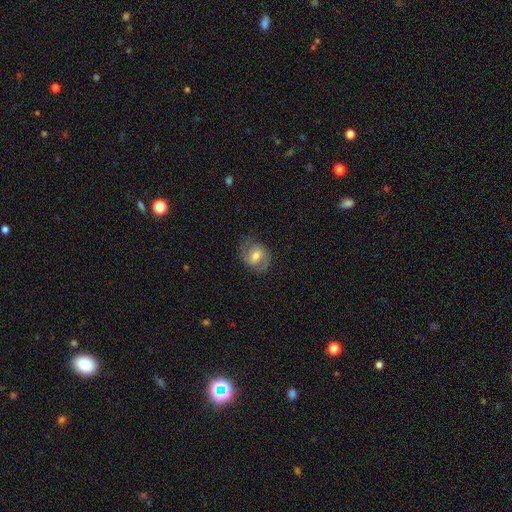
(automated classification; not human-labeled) Smooth or featured? Predicted: featured or disk (p=0.64). Edge-on disk? Predicted: no (p=0.97). Bar? Predicted: weak (p=0.50). Spiral arms? Predicted: yes (p=0.87). Spiral winding? Predicted: medium (p=0.51). Spiral arm count? Predicted: 2 (p=0.85). Bulge size? Predicted: moderate (p=0.65). Merging? Predicted: none (p=0.75).